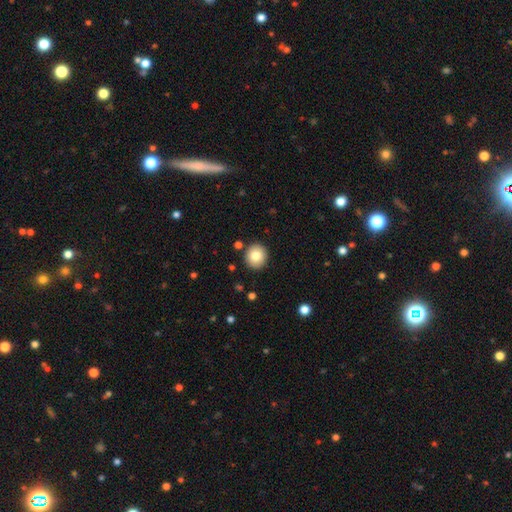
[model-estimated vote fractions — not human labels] smooth 81%, featured or disk 10%, star or artifact 9%. Down the decision tree: how rounded — round (86%); merging — none (89%).